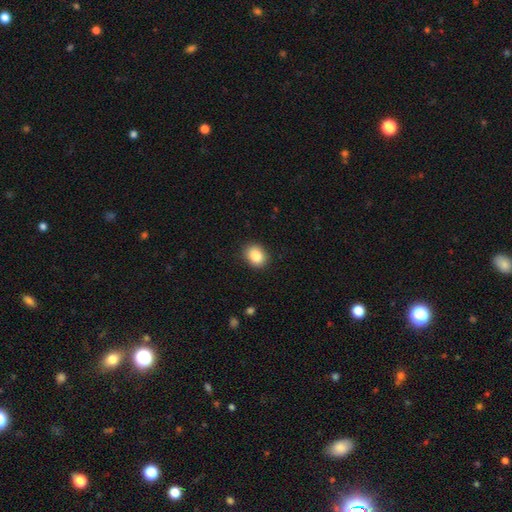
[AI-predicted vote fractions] Morphology: type=smooth (85%); roundness=round (50%); merging=none (89%).